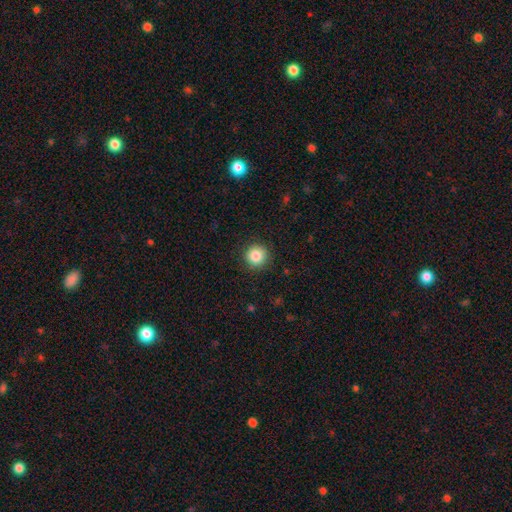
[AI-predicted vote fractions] A smooth galaxy with no disk features (85%) that is round (95%).

Vote fractions:
- Smooth or featured? smooth: 85% / star or artifact: 10% / featured or disk: 5%
- How rounded? round: 95% / in between: 4% / cigar-shaped: 1%
- Merging? none: 91% / minor disturbance: 6% / major disturbance: 2% / merger: 1%